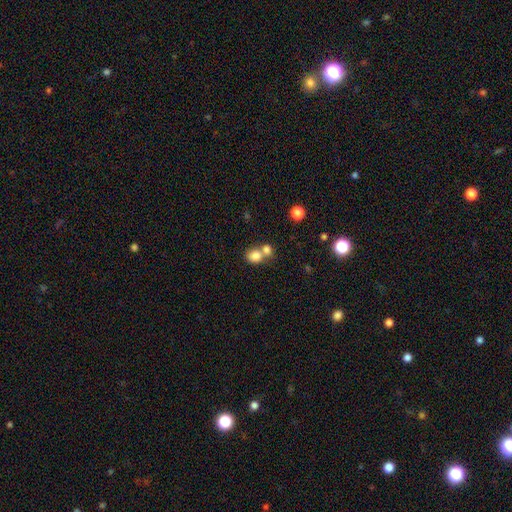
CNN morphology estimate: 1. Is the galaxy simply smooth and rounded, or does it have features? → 81% smooth, 10% star or artifact, 9% featured or disk.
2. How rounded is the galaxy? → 61% round, 38% in between, 1% cigar-shaped.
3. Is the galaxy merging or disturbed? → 53% merger, 37% none, 7% minor disturbance, 3% major disturbance.